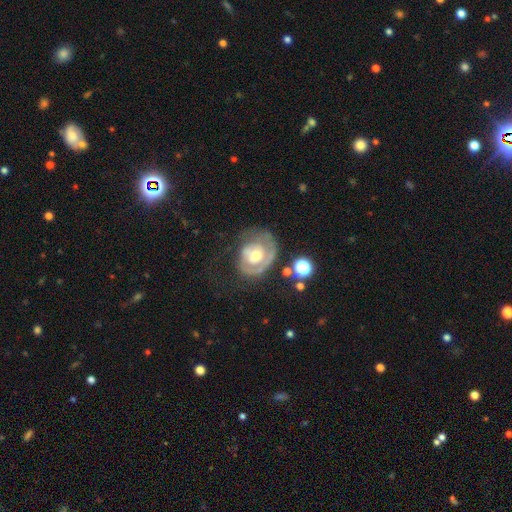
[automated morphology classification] type=featured or disk (72%); edge-on=no (97%); bar=no (69%); spiral arms=yes (78%); winding=tight (59%); arm count=1 (50%); bulge=moderate (62%); merging=none (46%).